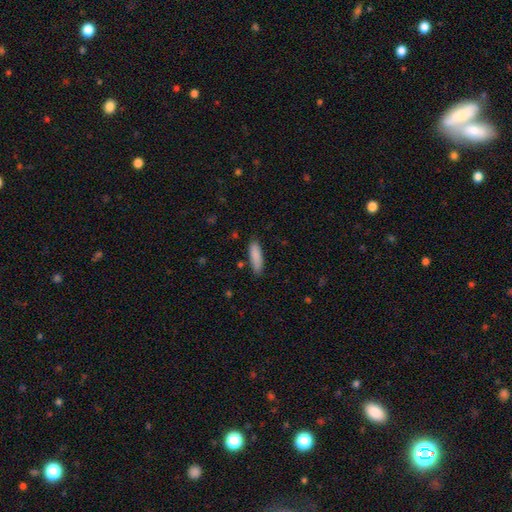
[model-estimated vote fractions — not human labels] A smooth galaxy with no disk features (87%) that is cigar-shaped (56%).

Vote fractions:
- Smooth or featured? smooth: 87% / featured or disk: 6% / star or artifact: 6%
- How rounded? cigar-shaped: 56% / in between: 43% / round: 1%
- Merging? none: 83% / minor disturbance: 12% / major disturbance: 2% / merger: 2%